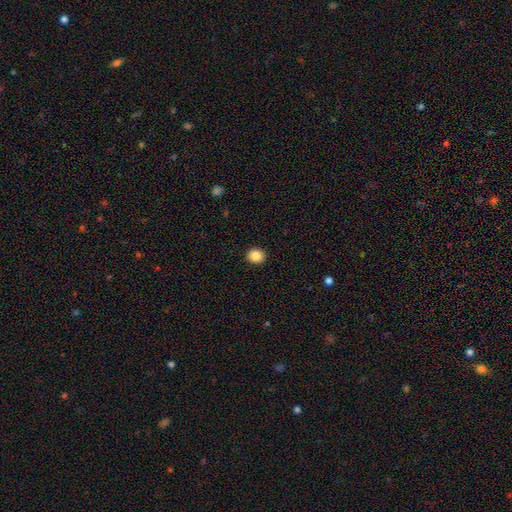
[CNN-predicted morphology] This appears to be a smooth galaxy with no disk features (86%) that is round (76%). Merging: none (93%).